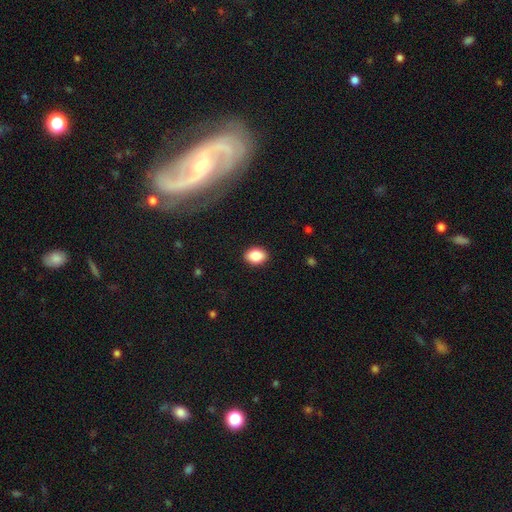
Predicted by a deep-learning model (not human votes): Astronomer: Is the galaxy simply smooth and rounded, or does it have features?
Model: smooth — 85%.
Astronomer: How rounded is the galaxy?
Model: in between — 77%.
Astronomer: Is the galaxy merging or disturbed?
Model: none — 89%.